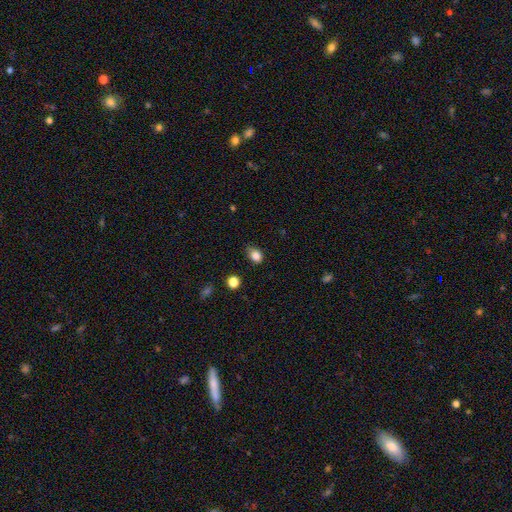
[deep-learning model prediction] A smooth galaxy with no disk features (85%) that is in between round and cigar-shaped (63%).

Vote fractions:
- Smooth or featured? smooth: 85% / star or artifact: 11% / featured or disk: 5%
- How rounded? in between: 63% / round: 36% / cigar-shaped: 1%
- Merging? none: 69% / minor disturbance: 25% / major disturbance: 4% / merger: 2%